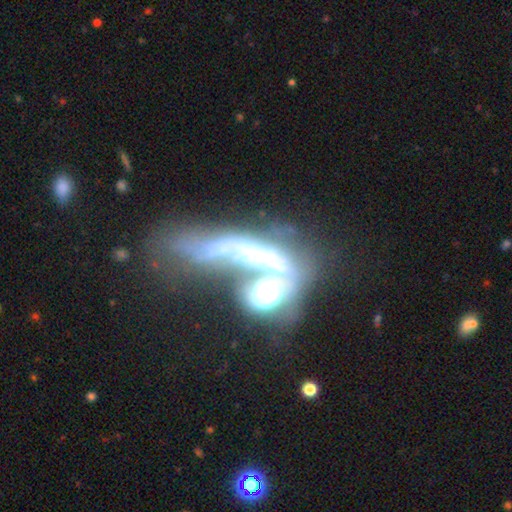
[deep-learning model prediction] This appears to be a featured or disk galaxy (53%). Merging: merger (46%).